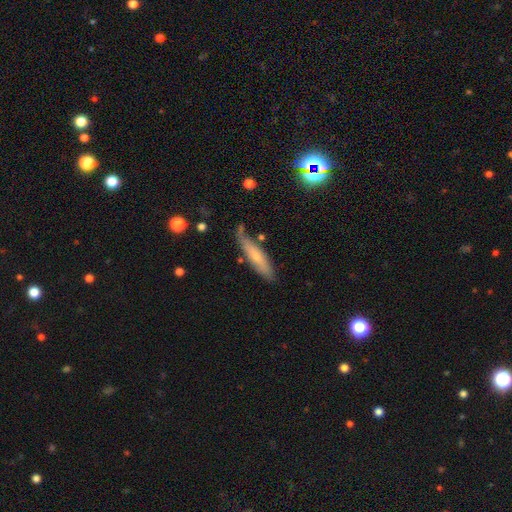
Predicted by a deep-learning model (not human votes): smooth-or-featured: smooth: 61% | featured or disk: 32% | star or artifact: 6%
  how-rounded: cigar-shaped: 79% | in between: 20% | round: 2%
  merging: none: 67% | minor disturbance: 23% | major disturbance: 5% | merger: 5%